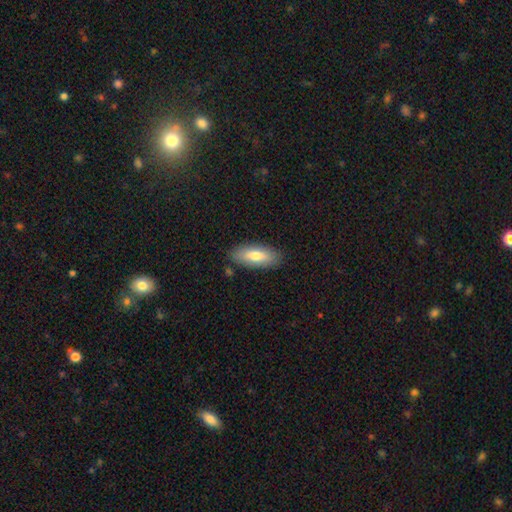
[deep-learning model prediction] Overall: smooth (73%). How rounded: in between (76%). Merging: none (84%).